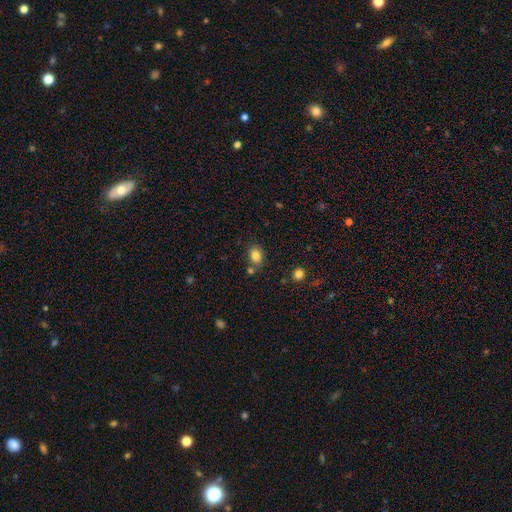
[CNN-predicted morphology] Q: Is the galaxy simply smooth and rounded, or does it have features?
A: smooth — 82%.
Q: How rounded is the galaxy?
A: in between — 69%.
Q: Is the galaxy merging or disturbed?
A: none — 73%.